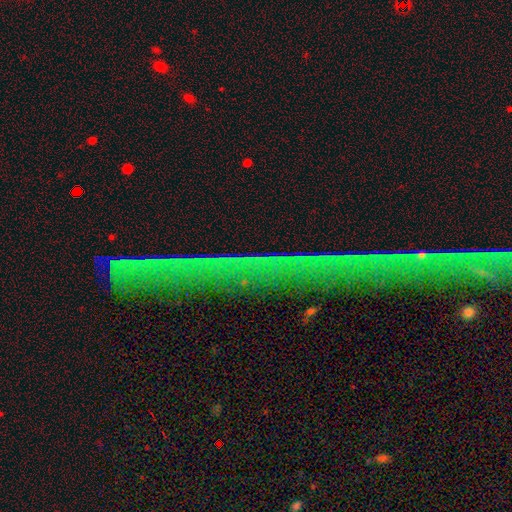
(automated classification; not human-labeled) A star or artifact, not a galaxy (83%).